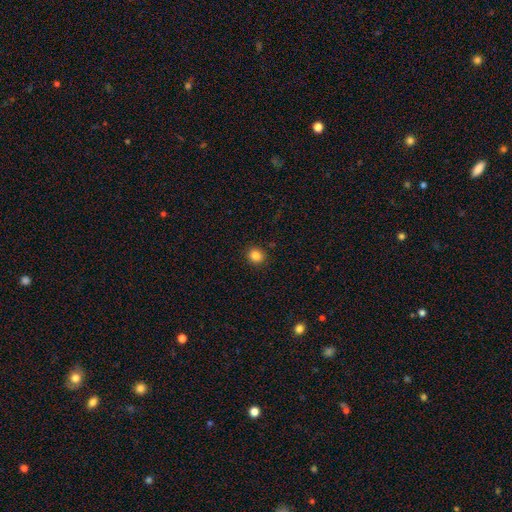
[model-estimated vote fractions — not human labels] Q: Smooth or featured?
A: smooth (84%); runner-up: star or artifact (11%)
Q: How rounded?
A: round (84%); runner-up: in between (15%)
Q: Merging?
A: none (91%); runner-up: minor disturbance (6%)